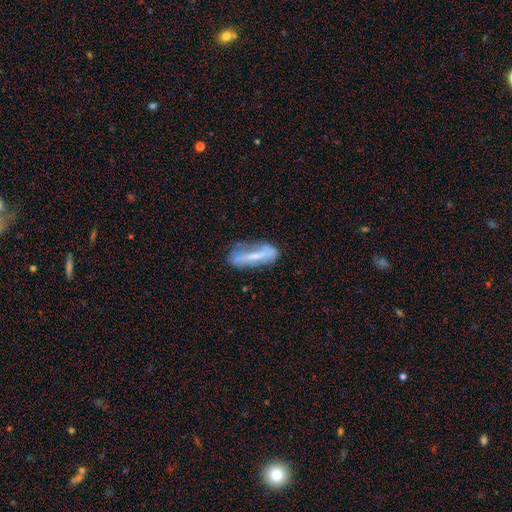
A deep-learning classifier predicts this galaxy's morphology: This is possibly a featured or disk galaxy (60%). It is likely not viewed edge-on (70%). Merging: possibly none (60%).